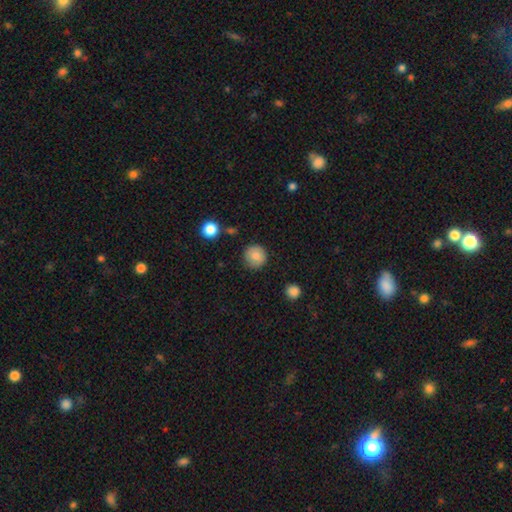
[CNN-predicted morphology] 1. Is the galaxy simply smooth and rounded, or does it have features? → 83% smooth, 9% star or artifact, 8% featured or disk.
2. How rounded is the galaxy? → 94% round, 6% in between, 1% cigar-shaped.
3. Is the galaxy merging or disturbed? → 85% none, 11% minor disturbance, 3% major disturbance, 2% merger.